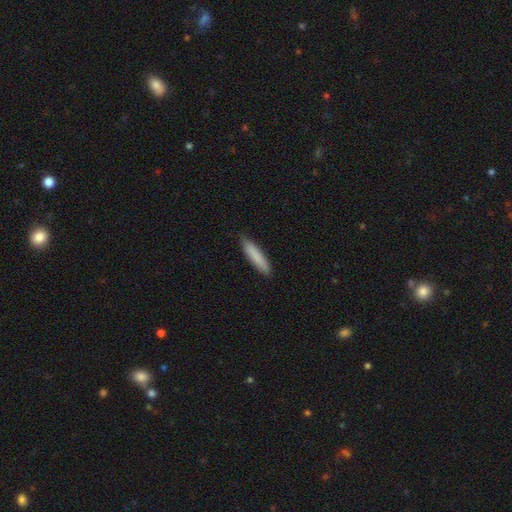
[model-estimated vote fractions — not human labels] smooth_or_featured: smooth (p=0.85) [alt: featured or disk p=0.10]
how_rounded: cigar-shaped (p=0.83) [alt: in between p=0.15]
merging: none (p=0.88) [alt: minor disturbance p=0.10]